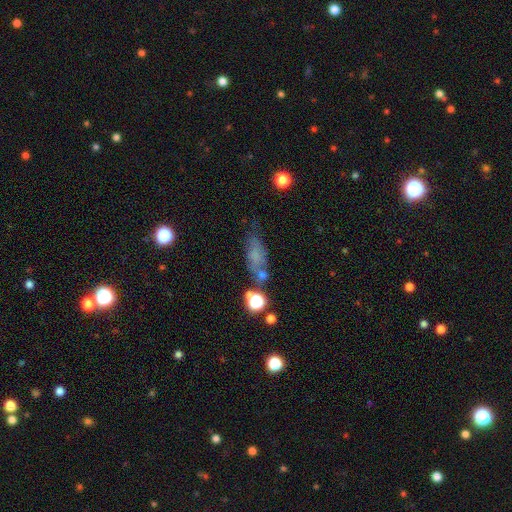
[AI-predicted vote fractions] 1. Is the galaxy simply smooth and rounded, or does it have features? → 55% smooth, 27% featured or disk, 17% star or artifact.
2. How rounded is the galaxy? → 65% in between, 26% cigar-shaped, 9% round.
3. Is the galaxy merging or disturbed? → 52% none, 24% minor disturbance, 13% major disturbance, 11% merger.